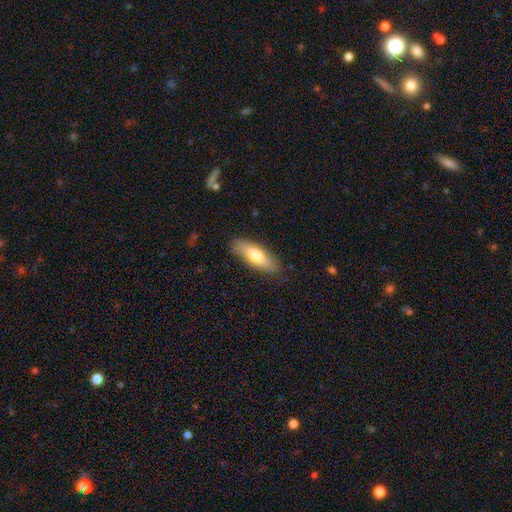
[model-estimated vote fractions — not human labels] Smooth or featured?
  - smooth: 72% *
  - featured or disk: 22%
  - star or artifact: 6%
How rounded?
  - in between: 59% *
  - cigar-shaped: 39%
  - round: 2%
Merging?
  - none: 84% *
  - minor disturbance: 12%
  - major disturbance: 3%
  - merger: 1%